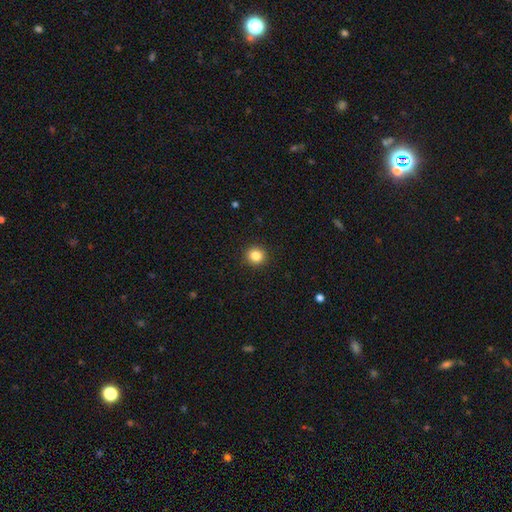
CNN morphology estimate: smooth 85%, star or artifact 11%, featured or disk 5%. Down the decision tree: how rounded — round (93%); merging — none (92%).